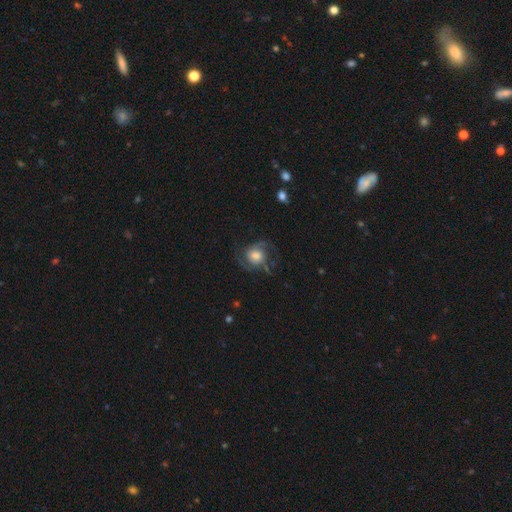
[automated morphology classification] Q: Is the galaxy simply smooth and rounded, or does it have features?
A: featured or disk — 67%.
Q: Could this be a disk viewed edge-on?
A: no — 98%.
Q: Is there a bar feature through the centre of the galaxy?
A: no — 72%.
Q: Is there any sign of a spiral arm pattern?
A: yes — 91%.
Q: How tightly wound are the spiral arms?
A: medium — 48%.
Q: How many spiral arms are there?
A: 2 — 68%.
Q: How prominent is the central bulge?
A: large — 48%.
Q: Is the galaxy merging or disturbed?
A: none — 62%.